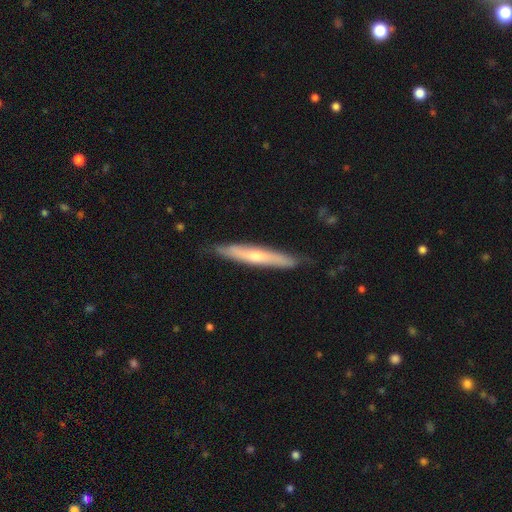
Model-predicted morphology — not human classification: Overall: featured or disk (49%; smooth 46%). Merging: none (81%).